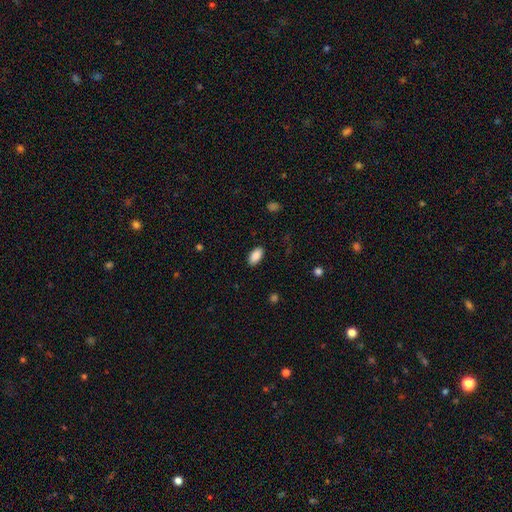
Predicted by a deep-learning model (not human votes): Smooth or featured: smooth — 89% (star or artifact — 7%)
How rounded: in between — 94% (cigar-shaped — 3%)
Merging: none — 88% (minor disturbance — 9%)